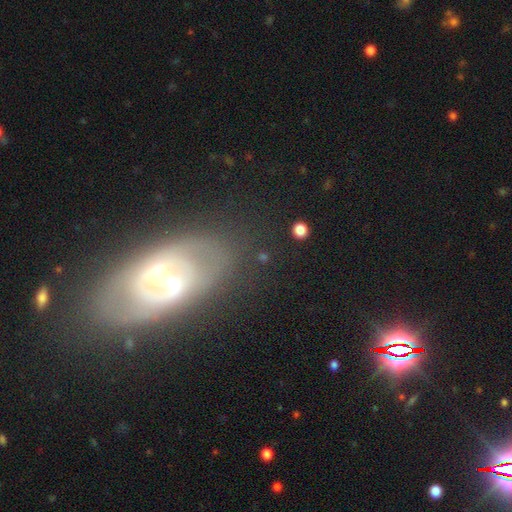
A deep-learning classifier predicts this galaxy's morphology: This is likely a featured or disk galaxy (73%). It is clearly not viewed edge-on (88%). Bar: possibly strong (48%). Spiral arm pattern: likely yes (65%). Central bulge: possibly small (48%). Merging: likely none (75%).